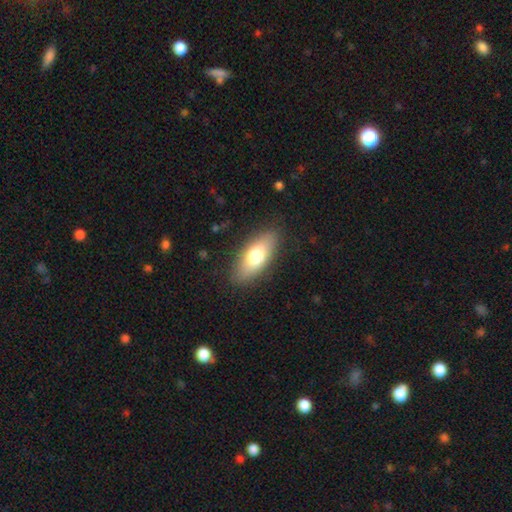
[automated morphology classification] Q: Smooth or featured?
A: smooth (73%); runner-up: featured or disk (20%)
Q: How rounded?
A: in between (80%); runner-up: cigar-shaped (17%)
Q: Merging?
A: none (85%); runner-up: minor disturbance (11%)